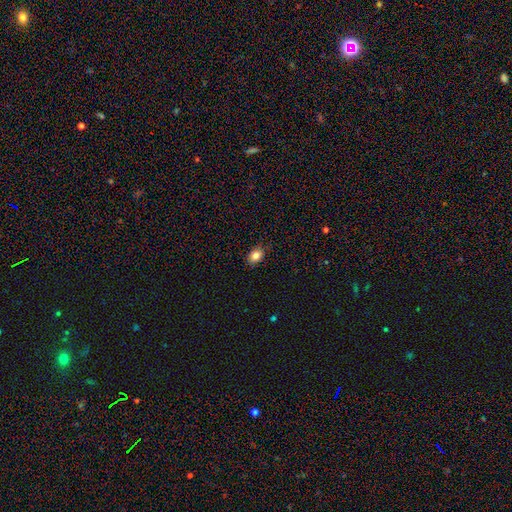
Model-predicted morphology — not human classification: Overall: smooth (83%). How rounded: in between (65%; round 34%). Merging: none (86%).